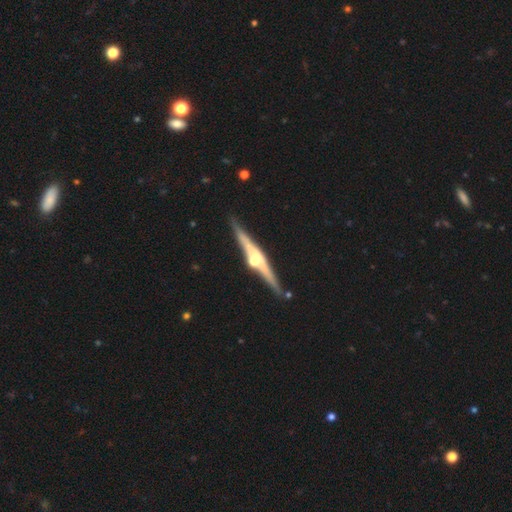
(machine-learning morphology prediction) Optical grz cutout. It shows a featured or disk galaxy (87%) viewed edge-on (98%) with a rounded central bulge (88%). Merging: none (90%).